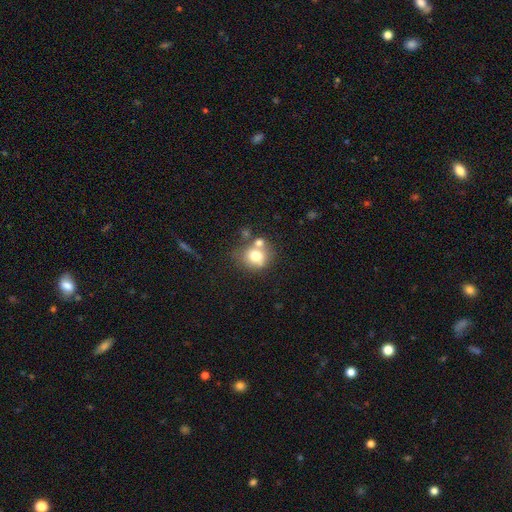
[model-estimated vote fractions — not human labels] Overall: smooth (72%). How rounded: round (73%). Merging: none (50%; merger 30%).